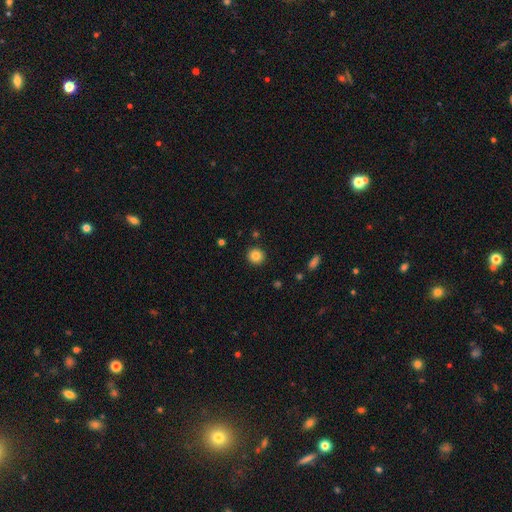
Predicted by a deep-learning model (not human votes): The model was most divided on "smooth or featured": smooth: 84%, star or artifact: 10%, featured or disk: 6%. More confident: how rounded — round (92%); merging — none (91%).